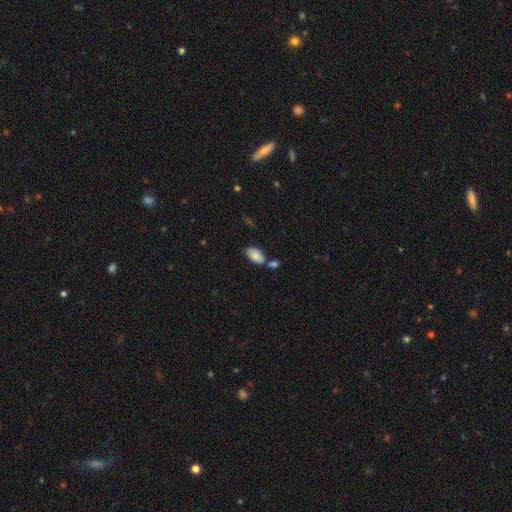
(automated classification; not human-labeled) Smooth or featured? Predicted: smooth (p=0.84). How rounded? Predicted: in between (p=0.94). Merging? Predicted: none (p=0.56).